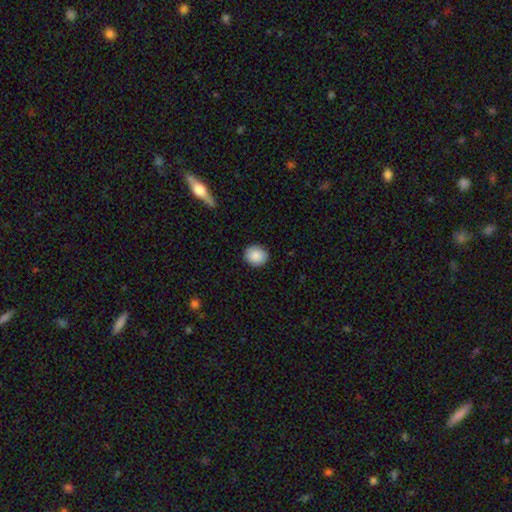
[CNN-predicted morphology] Overall: smooth (88%). How rounded: round (70%). Merging: none (90%).